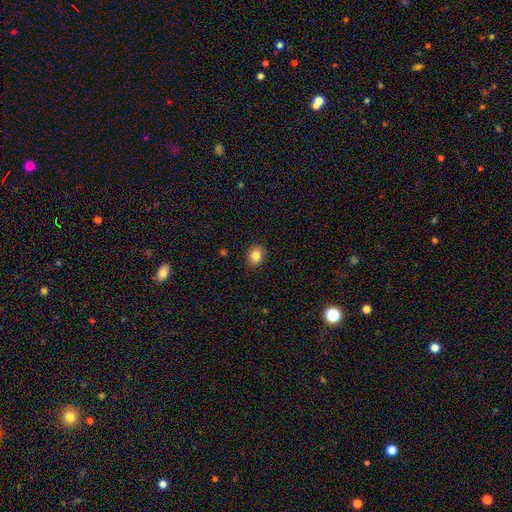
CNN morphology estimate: Smooth or featured?
  - smooth: 84% *
  - star or artifact: 9%
  - featured or disk: 6%
How rounded?
  - in between: 54% *
  - round: 45%
  - cigar-shaped: 1%
Merging?
  - none: 90% *
  - minor disturbance: 8%
  - major disturbance: 2%
  - merger: 1%